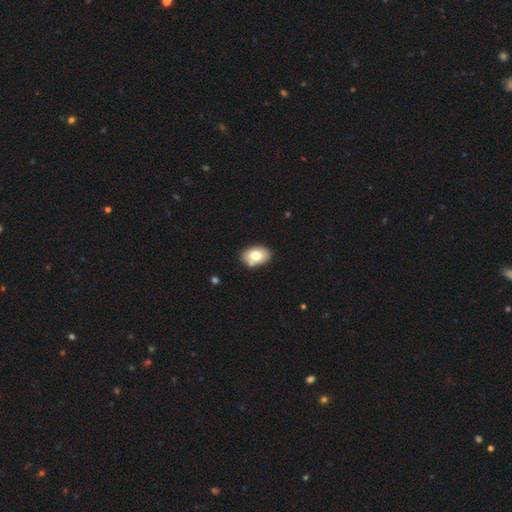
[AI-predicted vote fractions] Smooth or featured?
  - smooth: 72% *
  - featured or disk: 20%
  - star or artifact: 8%
How rounded?
  - in between: 81% *
  - round: 18%
  - cigar-shaped: 1%
Merging?
  - none: 76% *
  - minor disturbance: 14%
  - merger: 6%
  - major disturbance: 3%